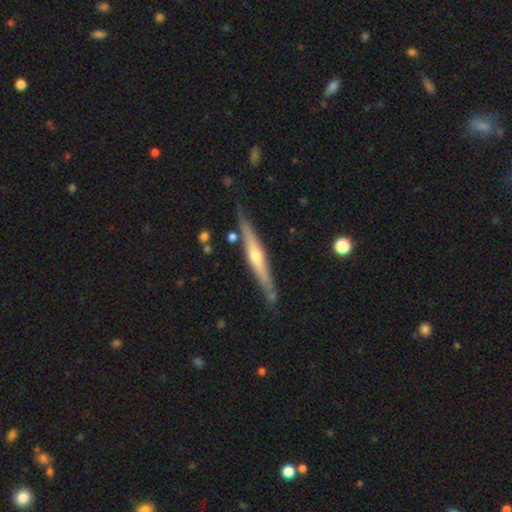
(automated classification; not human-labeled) A featured or disk galaxy (72%) viewed edge-on (96%) with a rounded central bulge (84%).

Vote fractions:
- Smooth or featured? featured or disk: 72% / smooth: 22% / star or artifact: 6%
- Edge-on disk? yes: 96% / no: 4%
- Edge-on bulge? rounded: 84% / none: 12% / boxy: 4%
- Merging? none: 83% / minor disturbance: 12% / merger: 3% / major disturbance: 2%